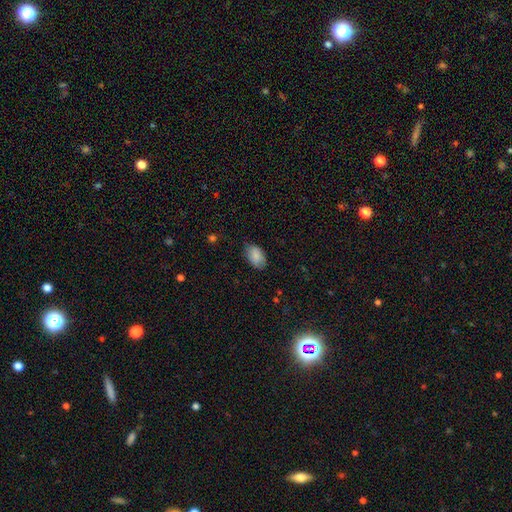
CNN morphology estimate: This appears to be a smooth galaxy with no disk features (86%) that is in between round and cigar-shaped (92%). Merging: none (75%).